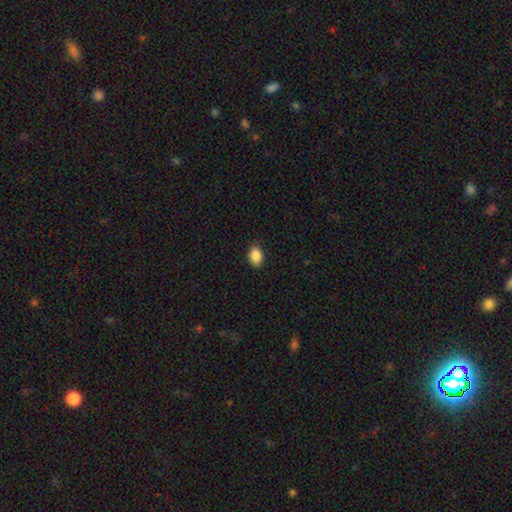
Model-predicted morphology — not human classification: A smooth galaxy with no disk features (88%) that is in between round and cigar-shaped (82%). Merging: none (88%).